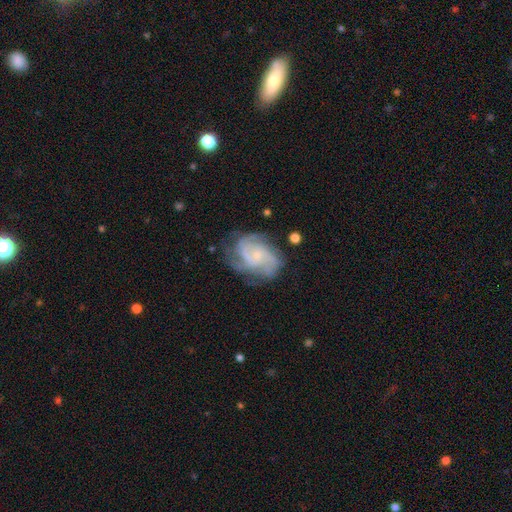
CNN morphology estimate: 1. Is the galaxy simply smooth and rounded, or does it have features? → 83% featured or disk, 11% smooth, 6% star or artifact.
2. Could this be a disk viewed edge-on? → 98% no, 2% yes.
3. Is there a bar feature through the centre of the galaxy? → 65% no, 30% weak, 5% strong.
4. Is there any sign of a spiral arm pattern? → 95% yes, 5% no.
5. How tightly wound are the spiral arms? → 45% medium, 42% tight, 13% loose.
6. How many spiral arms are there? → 32% 3, 24% 2, 22% can't tell, 12% 4, 5% 1, 5% more than 4.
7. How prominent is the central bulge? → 72% small, 17% moderate, 9% none, 2% large, 1% dominant.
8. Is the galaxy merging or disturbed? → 67% none, 20% minor disturbance, 11% major disturbance, 2% merger.